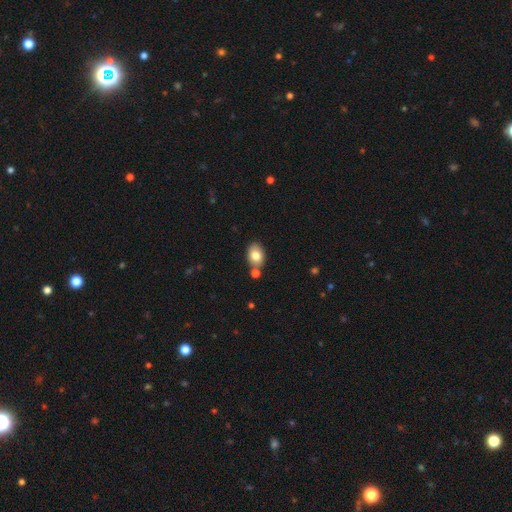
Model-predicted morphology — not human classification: The model was most divided on "merging": none: 69%, merger: 15%, minor disturbance: 13%, major disturbance: 3%. More confident: smooth or featured — smooth (81%); how rounded — in between (78%).